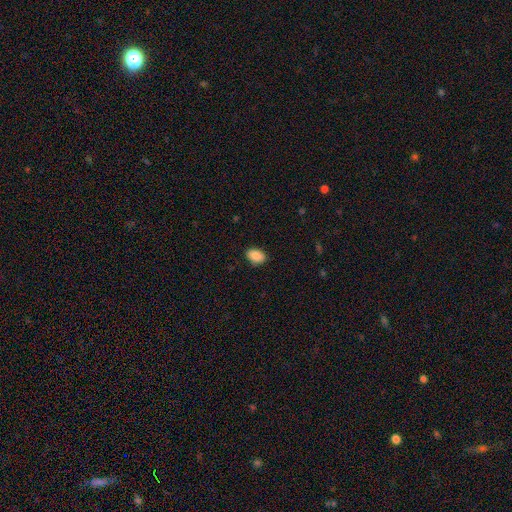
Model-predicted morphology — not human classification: This is clearly a smooth galaxy (90%). How rounded: clearly in between (86%). Merging: clearly none (88%).